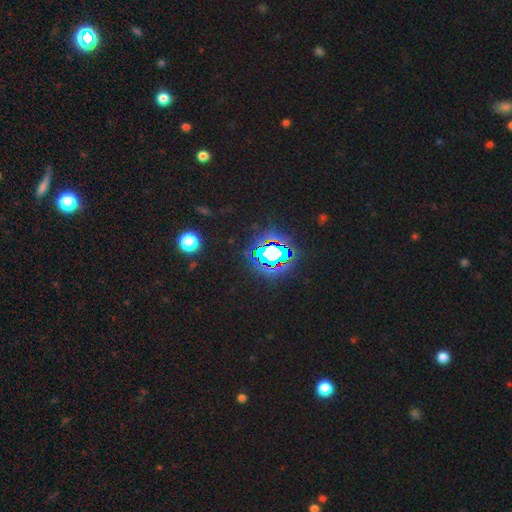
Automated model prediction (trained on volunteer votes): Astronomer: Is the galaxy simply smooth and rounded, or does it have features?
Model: star or artifact — 82%.